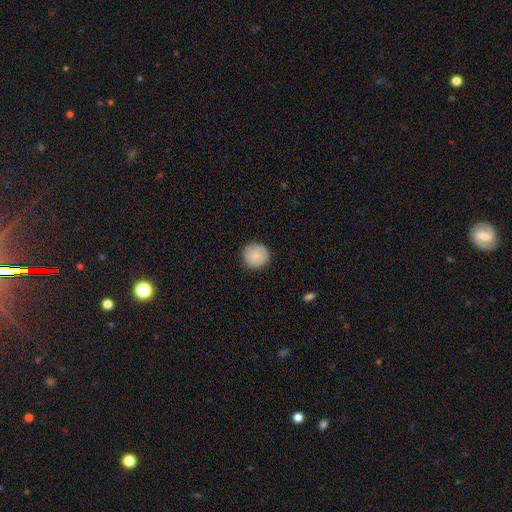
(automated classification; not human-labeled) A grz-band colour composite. It shows a smooth galaxy with no disk features (88%) that is round (95%). Merging: none (91%).